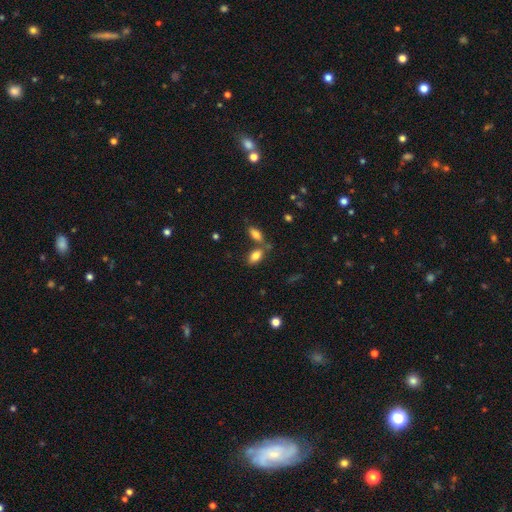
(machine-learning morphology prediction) Overall: smooth (82%). How rounded: in between (90%). Merging: none (57%; merger 28%).